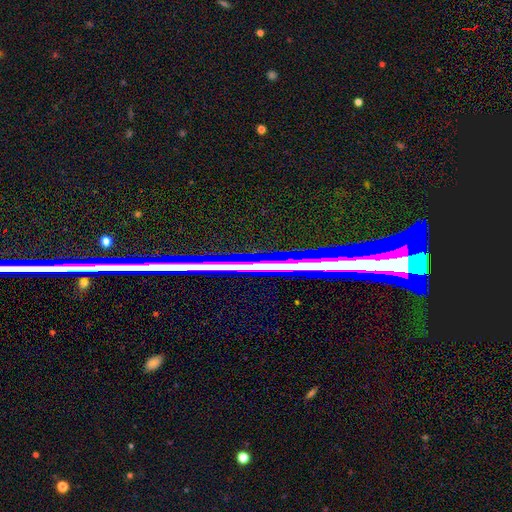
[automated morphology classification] smooth-or-featured: featured or disk: 46% | star or artifact: 38% | smooth: 16%
  merging: none: 88% | minor disturbance: 8% | major disturbance: 2% | merger: 2%